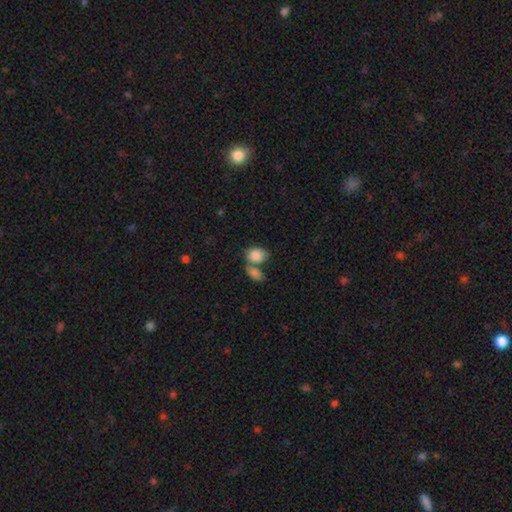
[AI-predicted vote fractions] smooth-or-featured: smooth: 86% | star or artifact: 7% | featured or disk: 7%
  how-rounded: in between: 73% | round: 25% | cigar-shaped: 1%
  merging: merger: 49% | none: 36% | minor disturbance: 11% | major disturbance: 5%